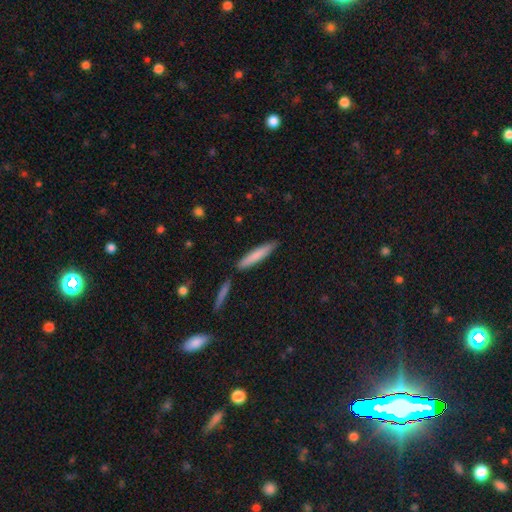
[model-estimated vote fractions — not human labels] Overall: smooth (78%). How rounded: cigar-shaped (90%). Merging: none (84%).